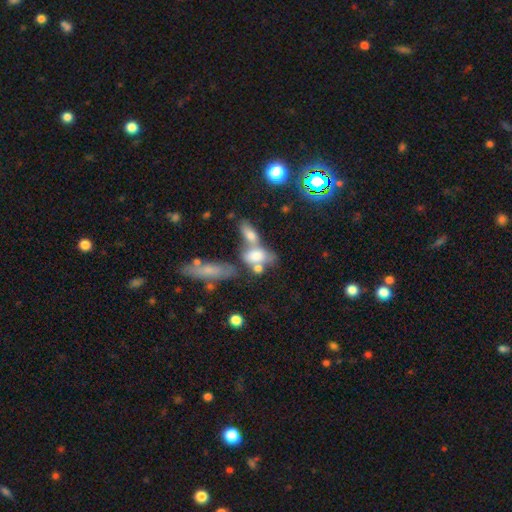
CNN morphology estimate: This appears to be a smooth galaxy with no disk features (67%) that is in between round and cigar-shaped (79%). Merging: merger (56%).